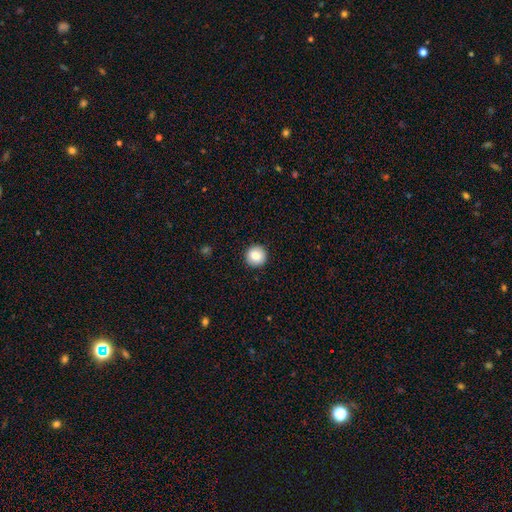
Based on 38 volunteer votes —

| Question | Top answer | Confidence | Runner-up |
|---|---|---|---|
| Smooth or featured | smooth | 92% | star or artifact (8%) |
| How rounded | round | 94% | in between (6%) |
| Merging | none | 100% | — |